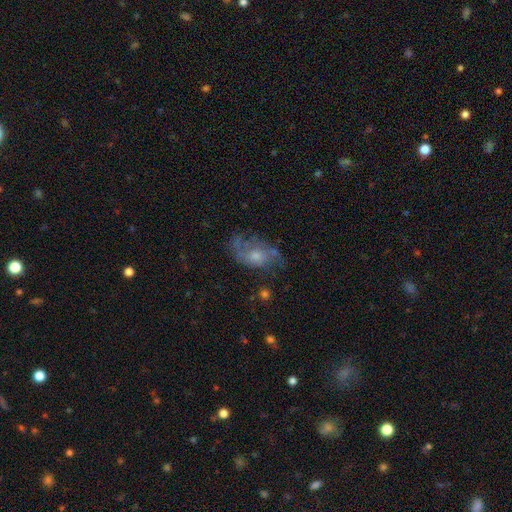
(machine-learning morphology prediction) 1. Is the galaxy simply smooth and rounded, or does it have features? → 60% featured or disk, 28% smooth, 12% star or artifact.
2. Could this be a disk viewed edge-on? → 95% no, 5% yes.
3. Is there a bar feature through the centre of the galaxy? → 76% no, 21% weak, 3% strong.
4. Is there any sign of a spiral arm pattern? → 74% yes, 26% no.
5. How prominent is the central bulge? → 50% moderate, 36% small, 7% large, 6% none, 1% dominant.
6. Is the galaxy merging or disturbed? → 53% none, 24% minor disturbance, 19% major disturbance, 3% merger.